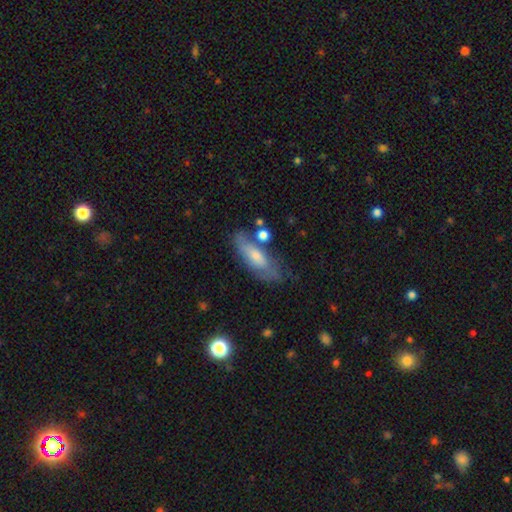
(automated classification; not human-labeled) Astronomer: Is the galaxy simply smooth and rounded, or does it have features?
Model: smooth — 56% (runner-up: featured or disk, 37%).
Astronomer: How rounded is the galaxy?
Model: in between — 62%.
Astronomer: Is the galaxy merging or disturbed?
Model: none — 57%.